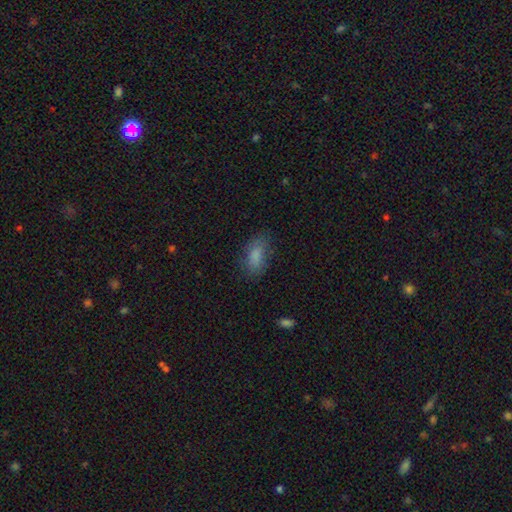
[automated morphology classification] type=smooth (83%); roundness=in between (87%); merging=none (76%).